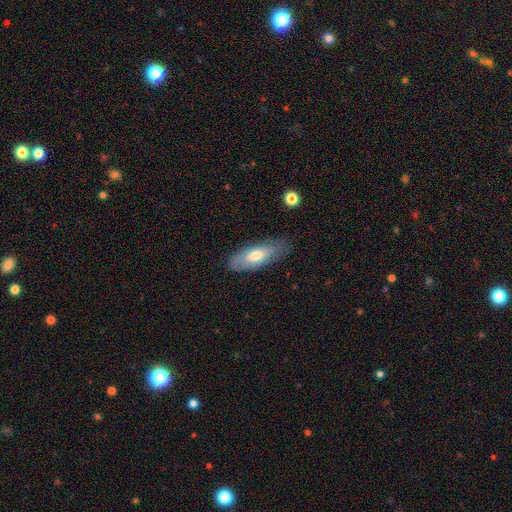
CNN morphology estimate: Overall: smooth (67%; featured or disk 27%). How rounded: in between (71%). Merging: none (77%).